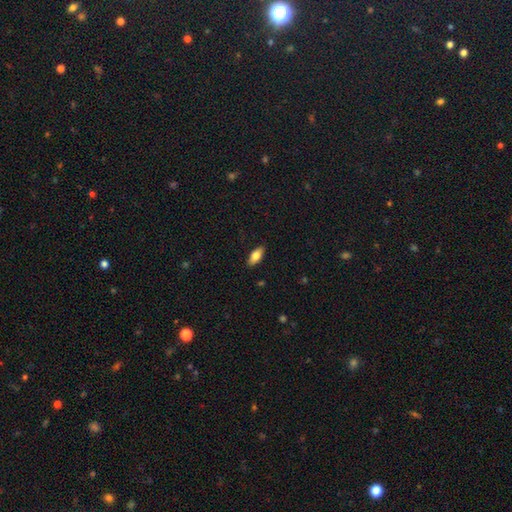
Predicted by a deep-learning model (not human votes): A smooth galaxy with no disk features (75%) that is in between round and cigar-shaped (85%). Merging: none (88%).